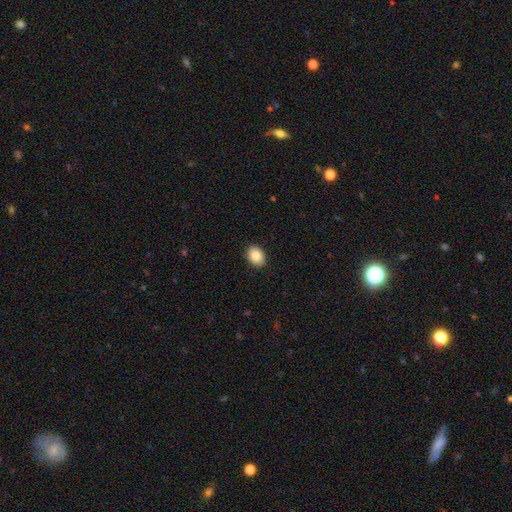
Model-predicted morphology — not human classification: A smooth galaxy with no disk features (86%) that is in between round and cigar-shaped (73%).

Vote fractions:
- Smooth or featured? smooth: 86% / star or artifact: 8% / featured or disk: 6%
- How rounded? in between: 73% / round: 26% / cigar-shaped: 1%
- Merging? none: 90% / minor disturbance: 7% / major disturbance: 2% / merger: 1%